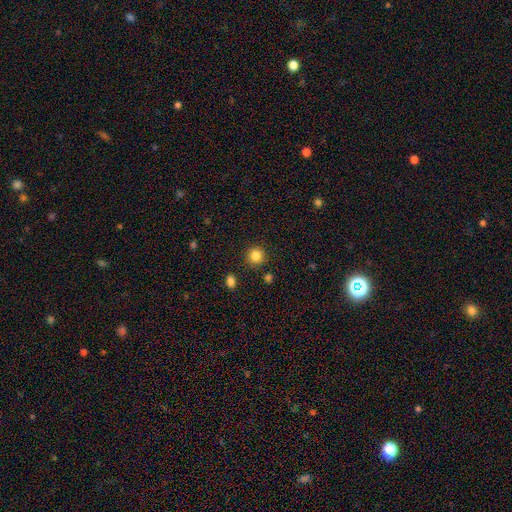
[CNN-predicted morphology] Overall: smooth (84%). How rounded: round (93%). Merging: none (88%).